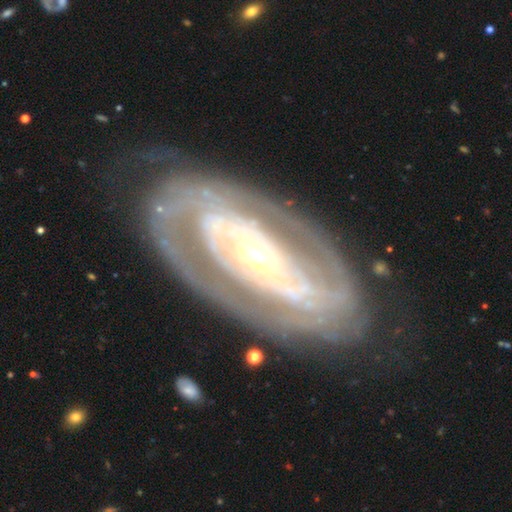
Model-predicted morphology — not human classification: The model was most divided on "spiral arm count": 2: 45%, can't tell: 35%, 3: 8%, 1: 5%, 4: 4%, more than 4: 4%. More confident: edge-on disk — no (92%); smooth or featured — featured or disk (85%); spiral arms — yes (78%); merging — none (73%); spiral winding — tight (66%); bulge size — small (57%); bar — no (56%).